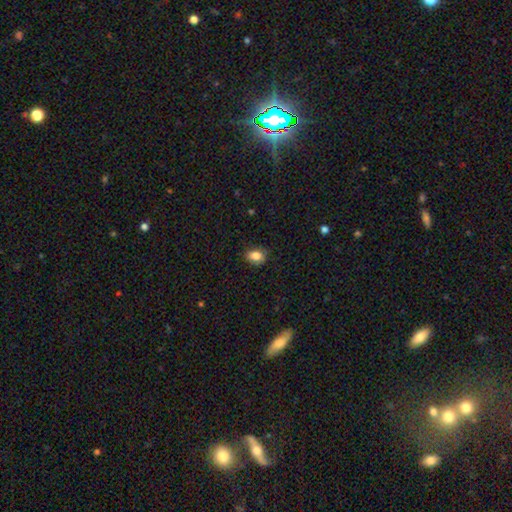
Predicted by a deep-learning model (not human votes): Smooth or featured? smooth (84%)
How rounded? in between (64%)
Merging? none (82%)